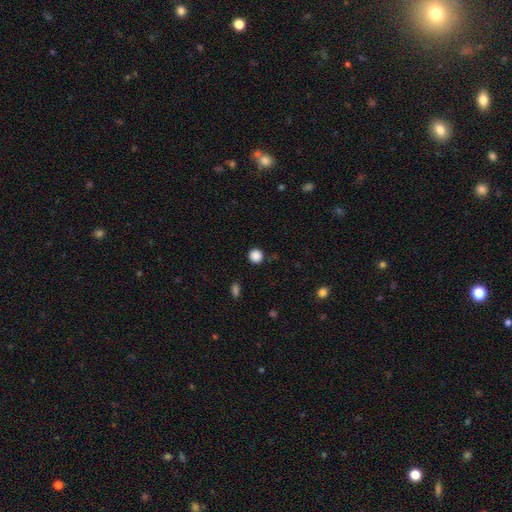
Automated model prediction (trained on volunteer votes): This appears to be a smooth galaxy with no disk features (87%) that is round (93%). Merging: none (90%).